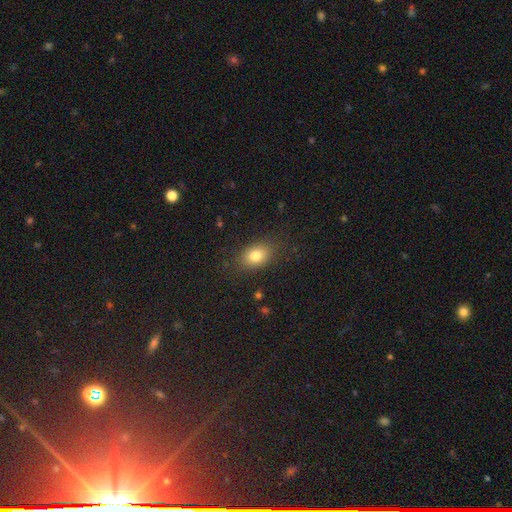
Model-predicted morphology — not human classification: Smooth or featured? smooth (81%)
How rounded? in between (78%)
Merging? none (83%)